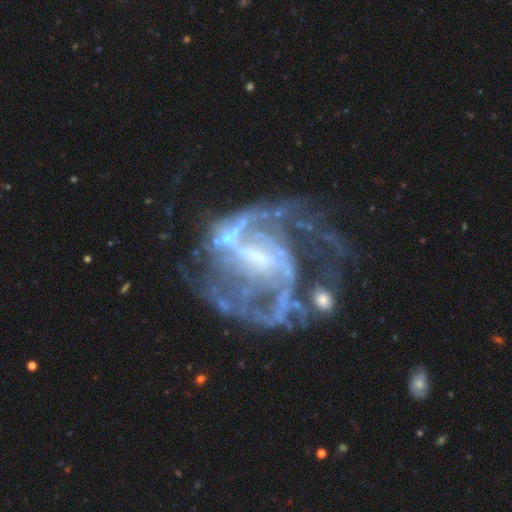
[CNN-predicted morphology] type=featured or disk (90%); edge-on=no (98%); bar=weak (46%); spiral arms=yes (94%); winding=medium (52%); arm count=2 (56%); bulge=small (45%); merging=none (42%).